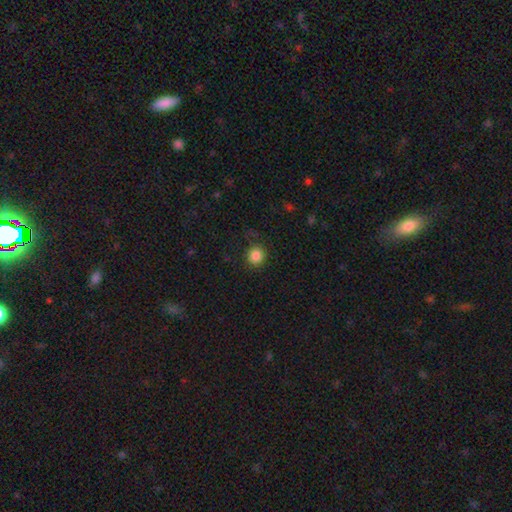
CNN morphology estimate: Q: Smooth or featured?
A: smooth (85%); runner-up: star or artifact (11%)
Q: How rounded?
A: round (89%); runner-up: in between (10%)
Q: Merging?
A: none (84%); runner-up: minor disturbance (11%)